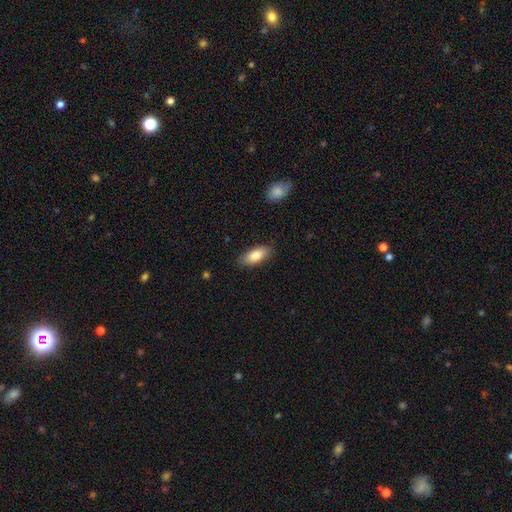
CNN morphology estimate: Smooth or featured? smooth (81%)
How rounded? in between (83%)
Merging? none (86%)